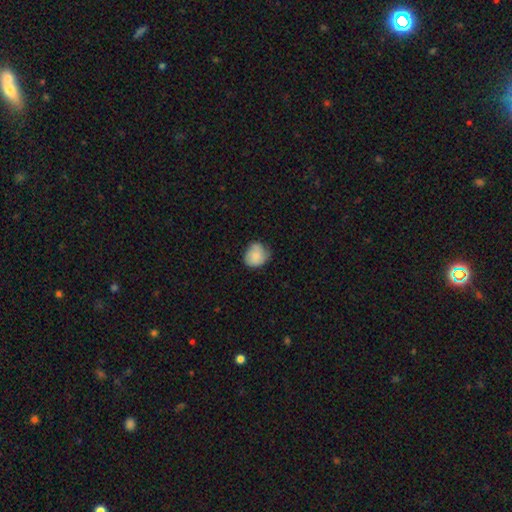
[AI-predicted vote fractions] Smooth or featured? Predicted: smooth (p=0.74). How rounded? Predicted: round (p=0.66). Merging? Predicted: none (p=0.59).